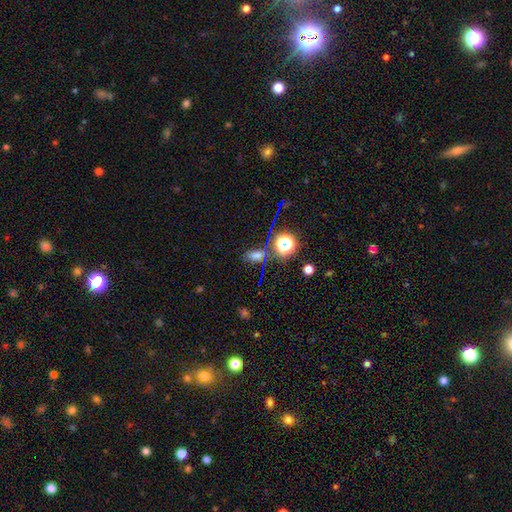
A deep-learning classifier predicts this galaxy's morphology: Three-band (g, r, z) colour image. It shows a smooth galaxy with no disk features (57%) that is in between round and cigar-shaped (73%). Merging: none (75%).